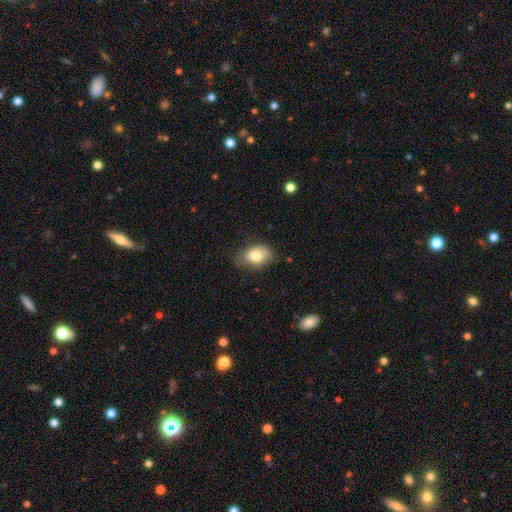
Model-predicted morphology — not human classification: Smooth or featured? smooth (79%)
How rounded? in between (86%)
Merging? none (68%)